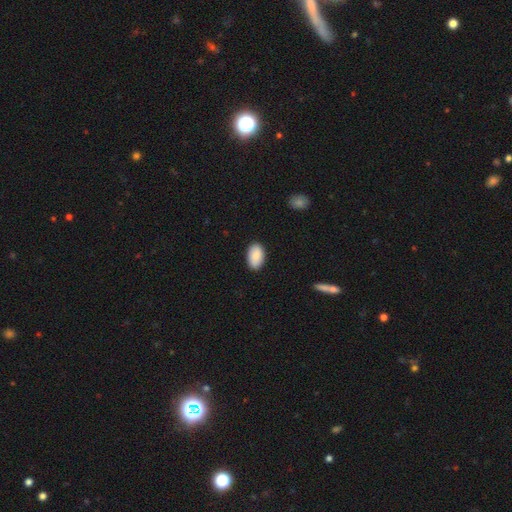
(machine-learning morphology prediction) Overall: smooth (87%). How rounded: in between (94%). Merging: none (88%).